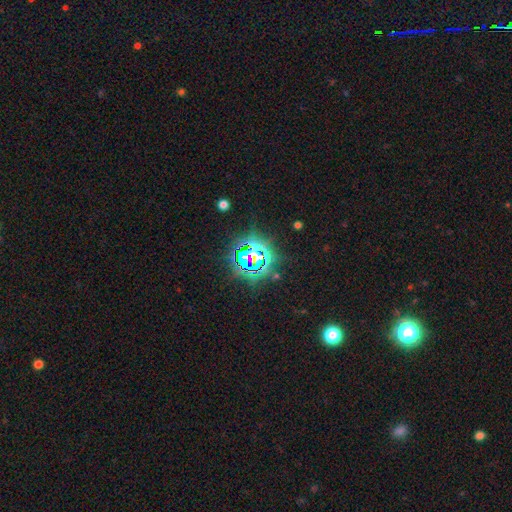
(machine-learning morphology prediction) Smooth or featured? Predicted: star or artifact (p=0.80).